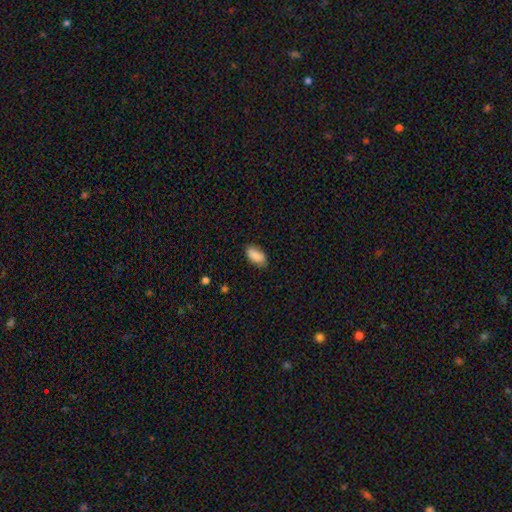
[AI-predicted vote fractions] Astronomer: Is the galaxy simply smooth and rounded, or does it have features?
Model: smooth — 88%.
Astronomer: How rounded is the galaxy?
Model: in between — 91%.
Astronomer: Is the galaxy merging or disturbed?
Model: none — 80%.